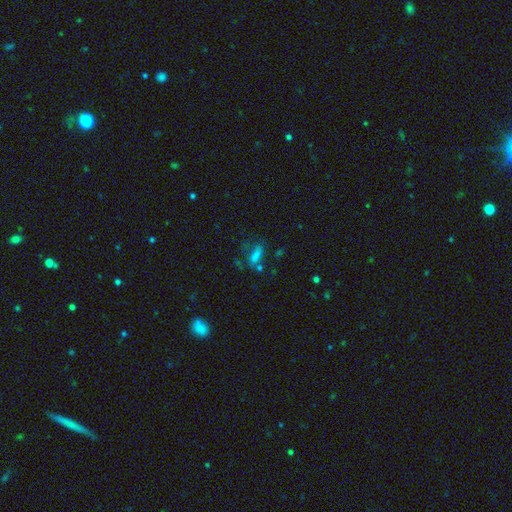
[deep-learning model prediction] Smooth or featured: smooth — 64% (star or artifact — 20%)
How rounded: in between — 66% (cigar-shaped — 28%)
Merging: none — 49% (minor disturbance — 21%)